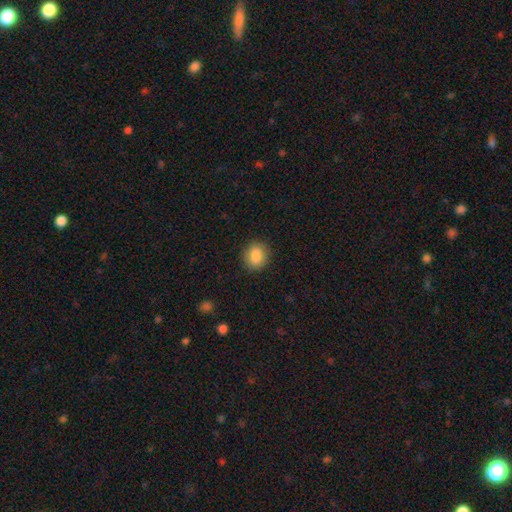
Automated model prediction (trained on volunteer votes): Overall: smooth (86%). How rounded: round (66%; in between 33%). Merging: none (88%).